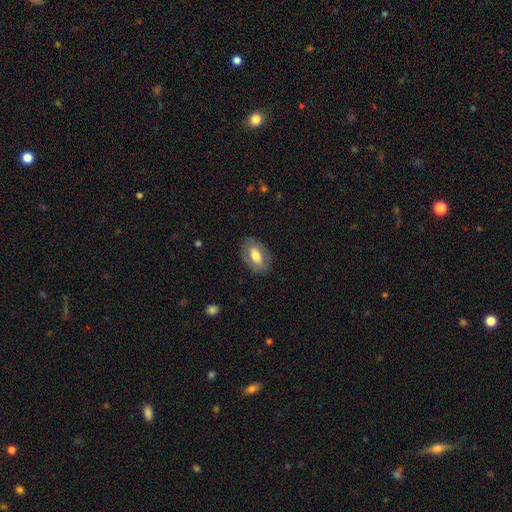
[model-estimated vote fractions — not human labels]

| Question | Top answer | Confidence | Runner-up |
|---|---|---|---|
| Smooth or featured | smooth | 66% | featured or disk (27%) |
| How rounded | in between | 90% | round (7%) |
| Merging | none | 81% | minor disturbance (14%) |